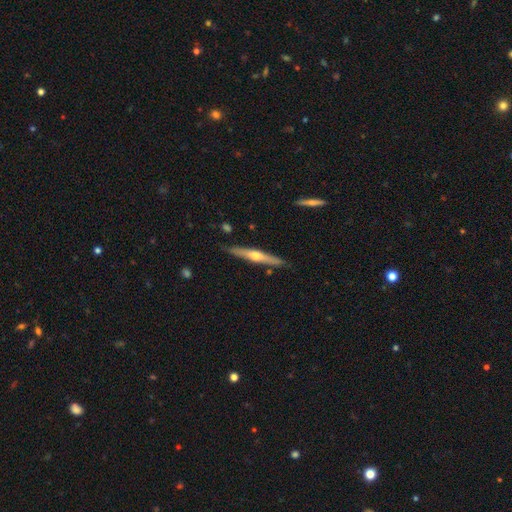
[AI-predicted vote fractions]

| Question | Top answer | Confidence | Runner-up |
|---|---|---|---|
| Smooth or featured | featured or disk | 64% | smooth (31%) |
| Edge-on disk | yes | 96% | no (4%) |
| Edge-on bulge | rounded | 88% | none (9%) |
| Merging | none | 86% | minor disturbance (10%) |